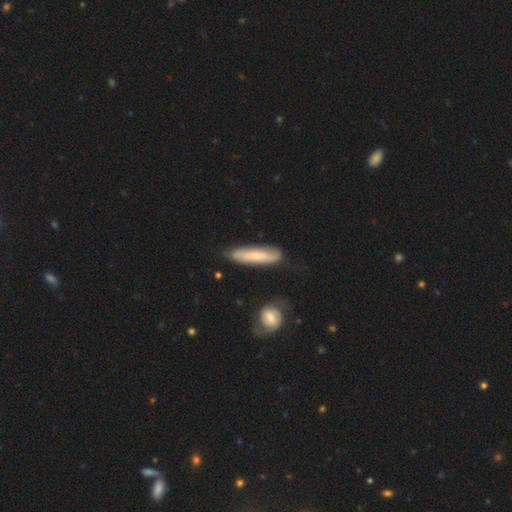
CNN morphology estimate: A smooth galaxy with no disk features (55%) that is cigar-shaped (77%). Merging: none (73%).